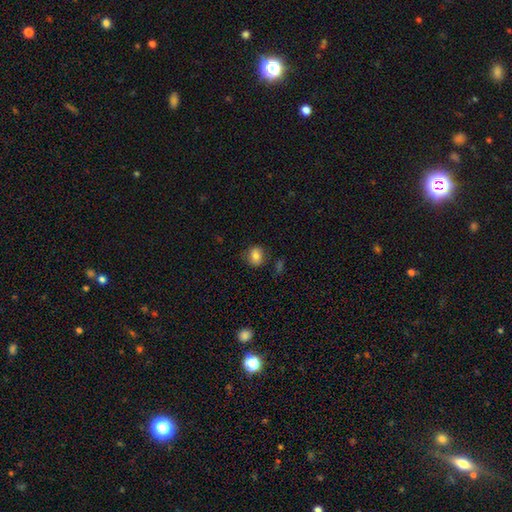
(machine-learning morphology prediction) Smooth or featured? Predicted: smooth (p=0.83). How rounded? Predicted: round (p=0.64). Merging? Predicted: none (p=0.78).